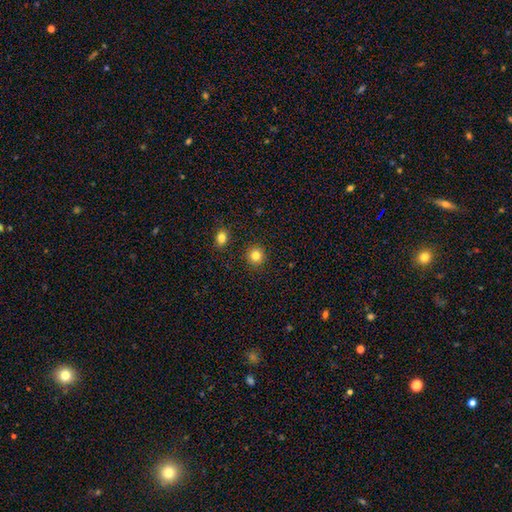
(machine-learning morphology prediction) Smooth or featured?
  - smooth: 83% *
  - star or artifact: 11%
  - featured or disk: 6%
How rounded?
  - round: 91% *
  - in between: 8%
  - cigar-shaped: 1%
Merging?
  - none: 91% *
  - minor disturbance: 5%
  - merger: 2%
  - major disturbance: 2%